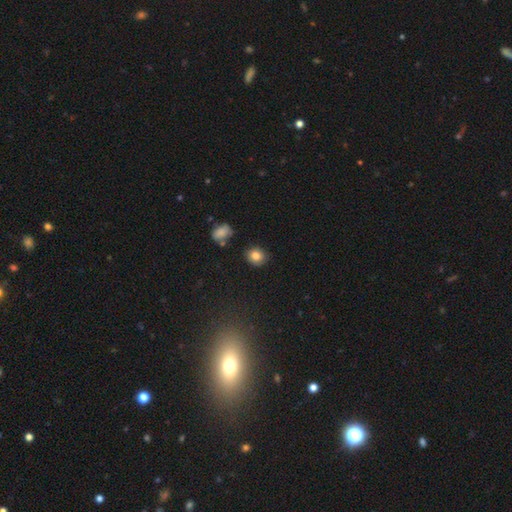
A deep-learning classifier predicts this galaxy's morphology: This is clearly a smooth galaxy (83%). How rounded: likely round (72%). Merging: clearly none (85%).